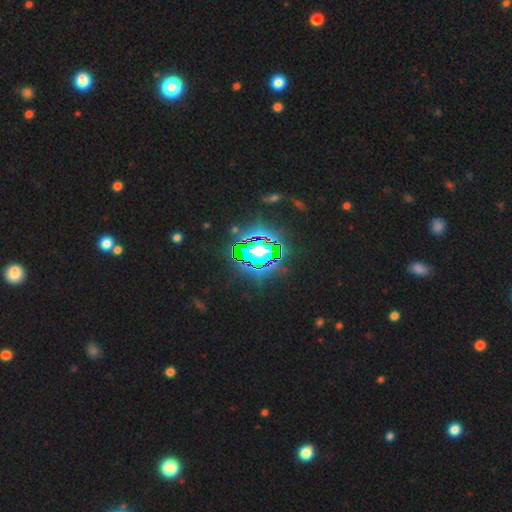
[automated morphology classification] This is likely a star or artifact rather than a galaxy (73%).